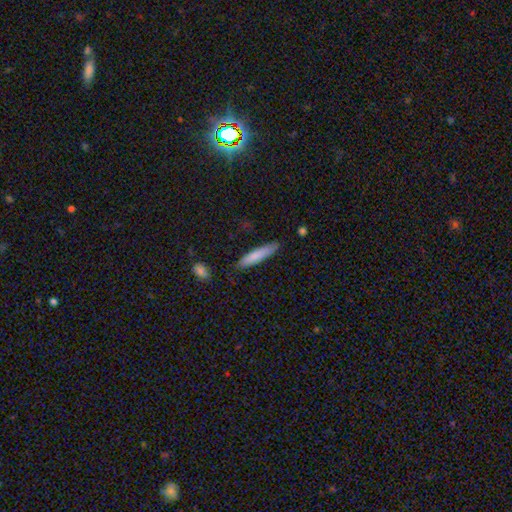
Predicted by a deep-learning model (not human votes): Morphology: type=smooth (79%); roundness=cigar-shaped (87%); merging=none (83%).